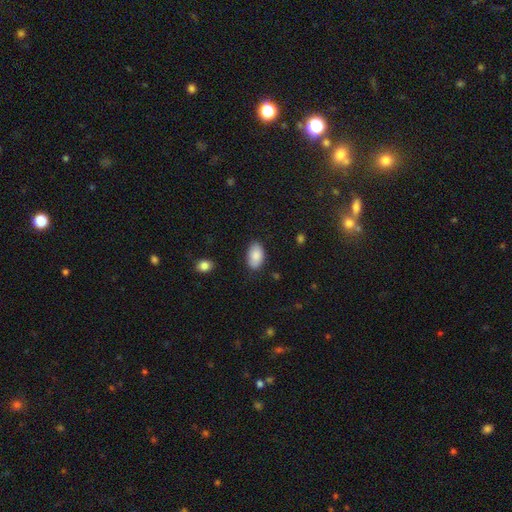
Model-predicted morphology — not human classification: smooth-or-featured: smooth: 87% | featured or disk: 7% | star or artifact: 6%
  how-rounded: in between: 94% | round: 4% | cigar-shaped: 1%
  merging: none: 83% | minor disturbance: 13% | major disturbance: 3% | merger: 1%